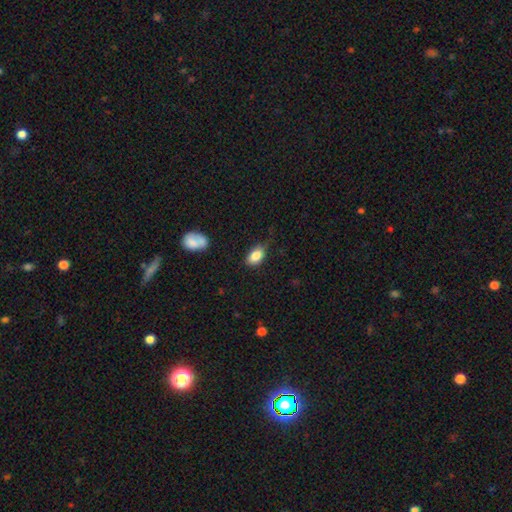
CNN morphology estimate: Overall: smooth (85%). How rounded: in between (88%). Merging: none (64%; minor disturbance 28%).